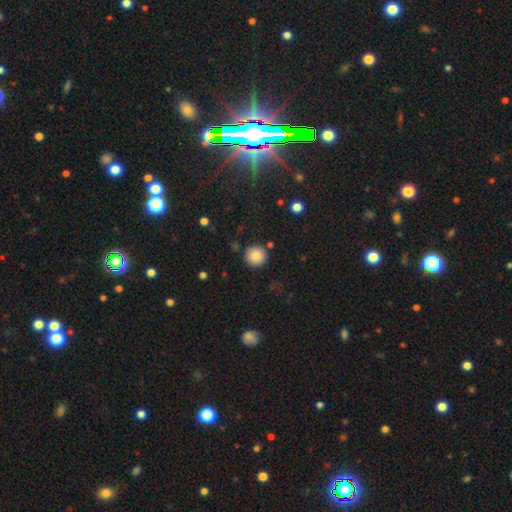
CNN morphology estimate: smooth_or_featured: smooth (p=0.86) [alt: star or artifact p=0.09]
how_rounded: round (p=0.94) [alt: in between p=0.05]
merging: none (p=0.88) [alt: minor disturbance p=0.07]